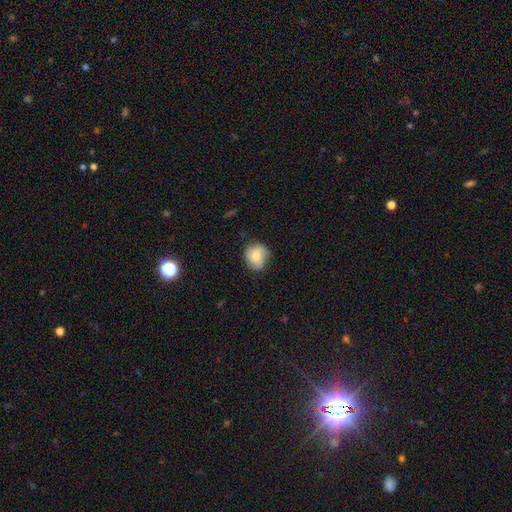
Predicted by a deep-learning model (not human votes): smooth 61%, featured or disk 31%, star or artifact 8%. Down the decision tree: how rounded — round (75%); merging — none (69%).